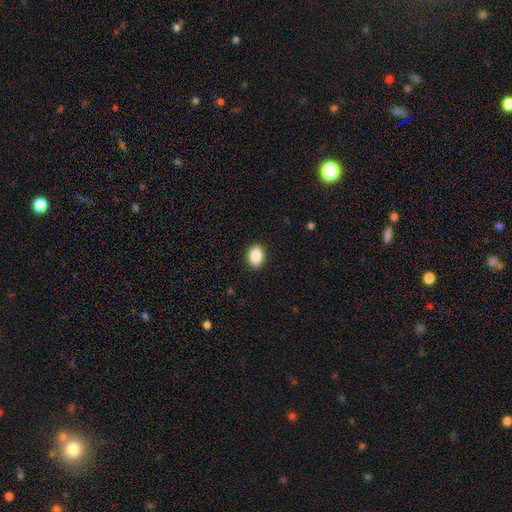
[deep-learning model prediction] smooth_or_featured: smooth (p=0.88) [alt: star or artifact p=0.08]
how_rounded: in between (p=0.76) [alt: round p=0.23]
merging: none (p=0.90) [alt: minor disturbance p=0.07]